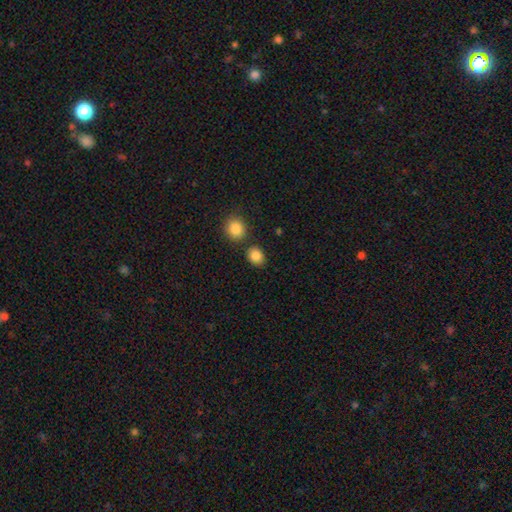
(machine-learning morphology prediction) Smooth or featured? Predicted: smooth (p=0.86). How rounded? Predicted: round (p=0.63). Merging? Predicted: none (p=0.78).